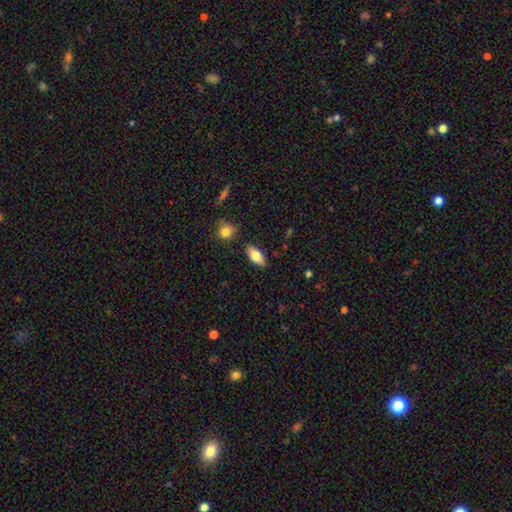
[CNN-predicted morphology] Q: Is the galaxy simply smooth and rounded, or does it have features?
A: smooth — 78%.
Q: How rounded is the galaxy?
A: in between — 88%.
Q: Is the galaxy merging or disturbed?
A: none — 86%.